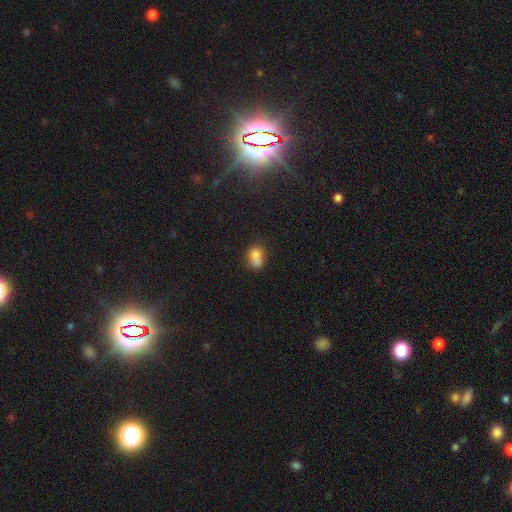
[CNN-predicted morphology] smooth_or_featured: smooth (p=0.77) [alt: star or artifact p=0.11]
how_rounded: in between (p=0.66) [alt: round p=0.32]
merging: none (p=0.40) [alt: merger p=0.27]